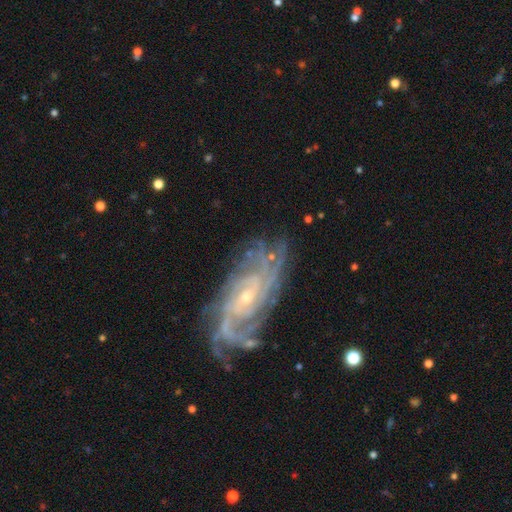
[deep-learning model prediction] The model was most divided on "spiral arm count": 4: 24%, can't tell: 23%, more than 4: 17%, 3: 16%, 2: 13%, 1: 8%. More confident: spiral arms — yes (98%); edge-on disk — no (95%); smooth or featured — featured or disk (90%); bulge size — small (74%); merging — none (72%); spiral winding — tight (65%); bar — no (62%).